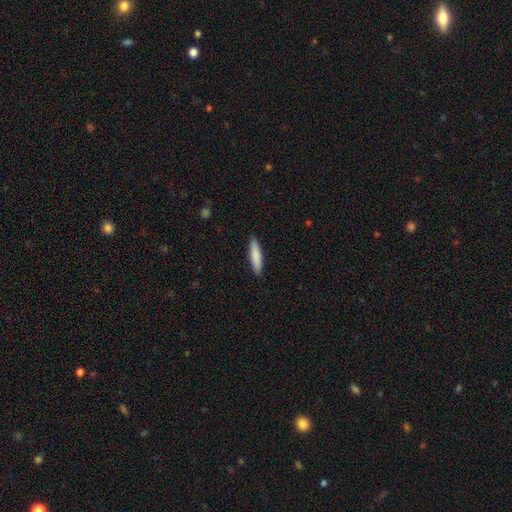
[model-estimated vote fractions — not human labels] Q: Smooth or featured?
A: smooth (84%); runner-up: featured or disk (11%)
Q: How rounded?
A: cigar-shaped (82%); runner-up: in between (17%)
Q: Merging?
A: none (91%); runner-up: minor disturbance (7%)